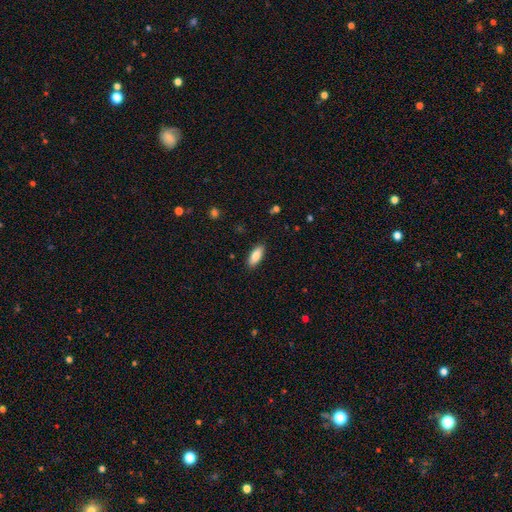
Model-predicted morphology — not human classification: The model was most divided on "how rounded": in between: 74%, cigar-shaped: 25%, round: 2%. More confident: merging — none (89%); smooth or featured — smooth (86%).